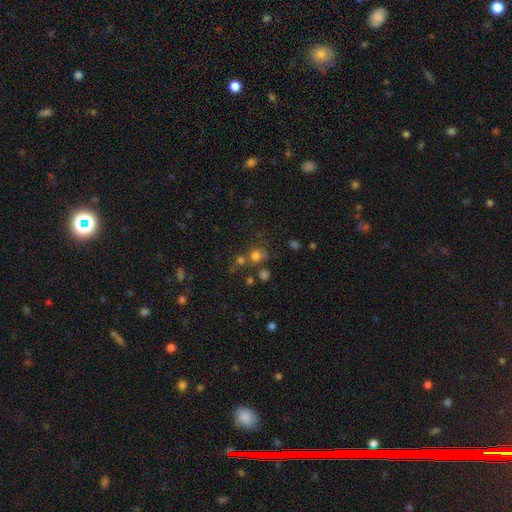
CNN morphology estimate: Q: Smooth or featured?
A: smooth (69%); runner-up: star or artifact (21%)
Q: How rounded?
A: round (84%); runner-up: in between (15%)
Q: Merging?
A: none (58%); runner-up: merger (23%)